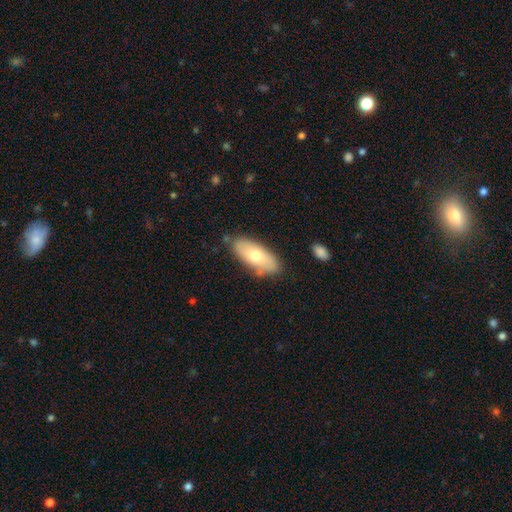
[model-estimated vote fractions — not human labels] Smooth or featured? Predicted: smooth (p=0.66). How rounded? Predicted: in between (p=0.85). Merging? Predicted: none (p=0.79).